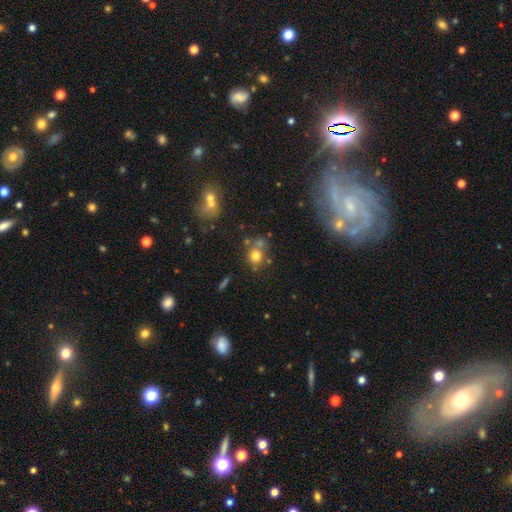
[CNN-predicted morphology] This is likely a smooth galaxy (73%). How rounded: likely round (78%). Merging: possibly none (58%).